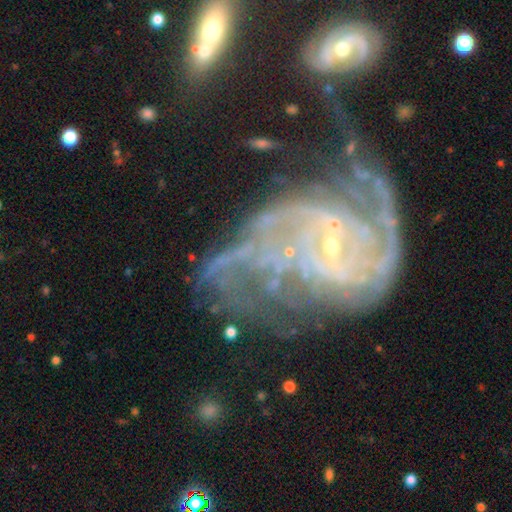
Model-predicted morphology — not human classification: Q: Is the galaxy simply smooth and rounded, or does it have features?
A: featured or disk — 86%.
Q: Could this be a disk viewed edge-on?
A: no — 98%.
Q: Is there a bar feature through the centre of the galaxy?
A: no — 48%.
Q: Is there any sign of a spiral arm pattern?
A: yes — 94%.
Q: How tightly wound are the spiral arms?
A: medium — 40%.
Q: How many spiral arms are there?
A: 2 — 37%.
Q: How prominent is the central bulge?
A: small — 81%.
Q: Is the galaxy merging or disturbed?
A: none — 33%.